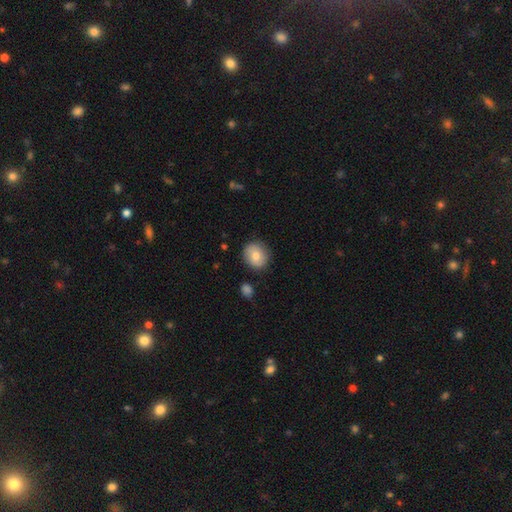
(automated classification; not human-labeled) This appears to be a smooth galaxy with no disk features (73%) that is round (83%). Merging: none (84%).